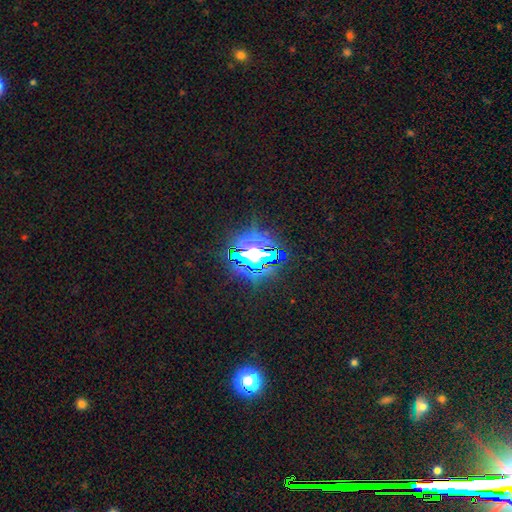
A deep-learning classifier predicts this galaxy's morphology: smooth_or_featured: star or artifact (p=0.72) [alt: smooth p=0.16]